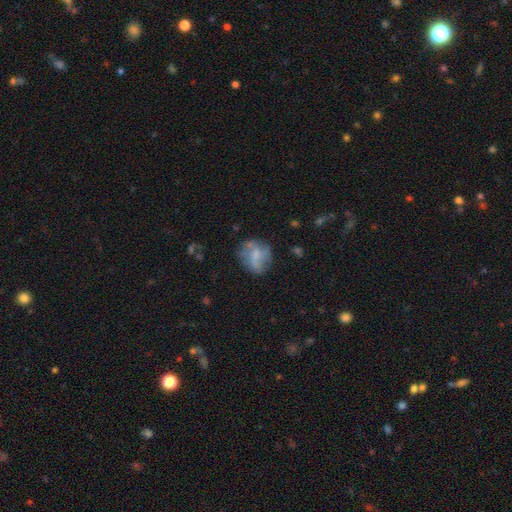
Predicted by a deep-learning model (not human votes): Smooth or featured? smooth (56%)
How rounded? round (73%)
Merging? none (61%)